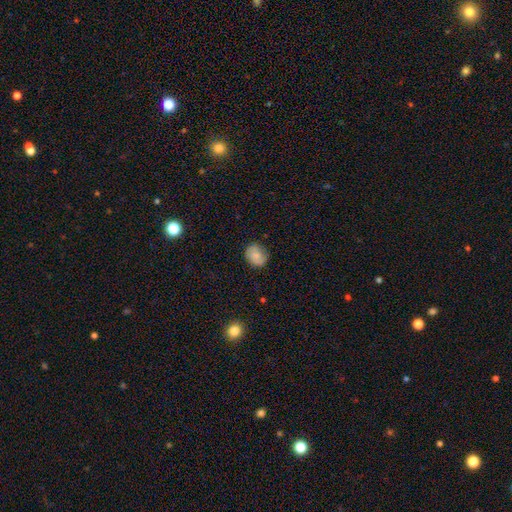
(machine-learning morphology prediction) A smooth galaxy with no disk features (75%) that is round (56%).

Vote fractions:
- Smooth or featured? smooth: 75% / featured or disk: 16% / star or artifact: 8%
- How rounded? round: 56% / in between: 43% / cigar-shaped: 1%
- Merging? none: 77% / minor disturbance: 18% / major disturbance: 4% / merger: 1%